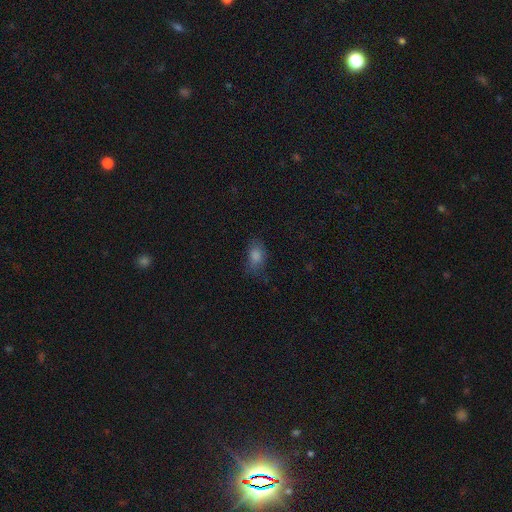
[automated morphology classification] A smooth galaxy with no disk features (77%) that is in between round and cigar-shaped (78%).

Vote fractions:
- Smooth or featured? smooth: 77% / star or artifact: 14% / featured or disk: 9%
- How rounded? in between: 78% / round: 18% / cigar-shaped: 4%
- Merging? none: 66% / minor disturbance: 24% / major disturbance: 9% / merger: 2%